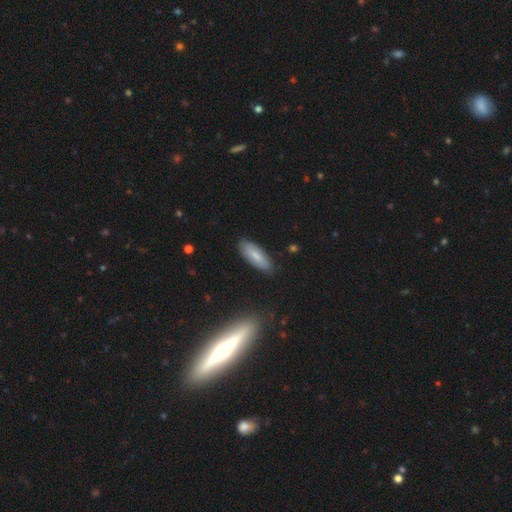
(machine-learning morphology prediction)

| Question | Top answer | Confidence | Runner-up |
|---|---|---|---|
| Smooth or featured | smooth | 73% | featured or disk (21%) |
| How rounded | in between | 68% | cigar-shaped (30%) |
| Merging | none | 84% | minor disturbance (12%) |